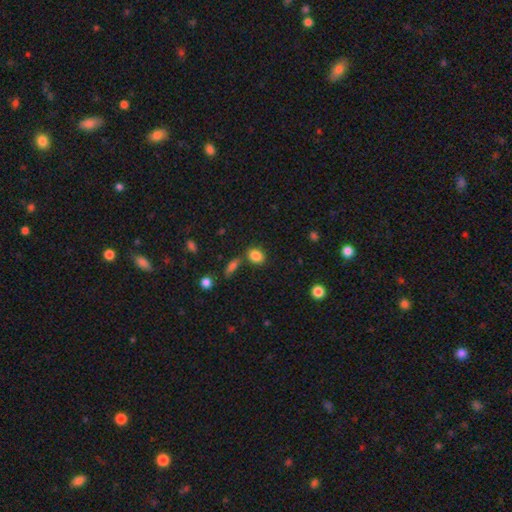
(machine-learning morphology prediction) This is clearly a smooth galaxy (85%). How rounded: likely in between (66%). Merging: likely none (69%).